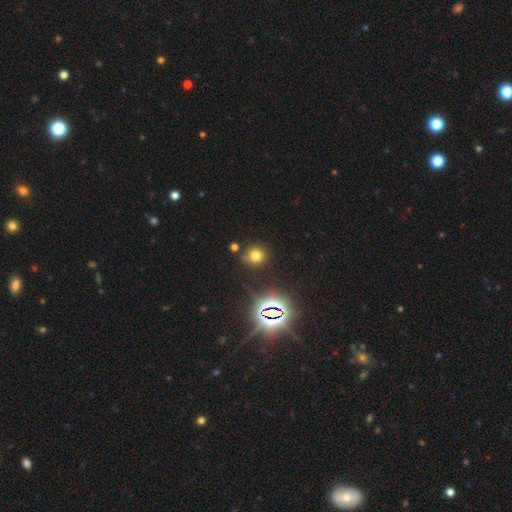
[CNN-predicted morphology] Smooth or featured?
  - smooth: 67% *
  - star or artifact: 25%
  - featured or disk: 8%
How rounded?
  - round: 86% *
  - in between: 13%
  - cigar-shaped: 1%
Merging?
  - none: 80% *
  - minor disturbance: 11%
  - merger: 6%
  - major disturbance: 4%